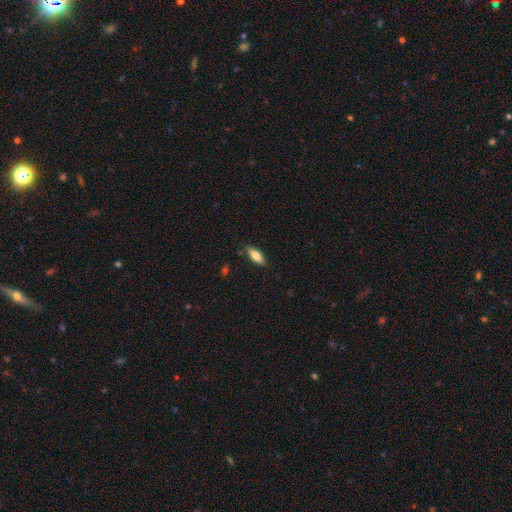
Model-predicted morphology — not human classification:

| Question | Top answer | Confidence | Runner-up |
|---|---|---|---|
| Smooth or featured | smooth | 73% | featured or disk (20%) |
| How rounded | in between | 64% | cigar-shaped (34%) |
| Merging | none | 85% | minor disturbance (11%) |